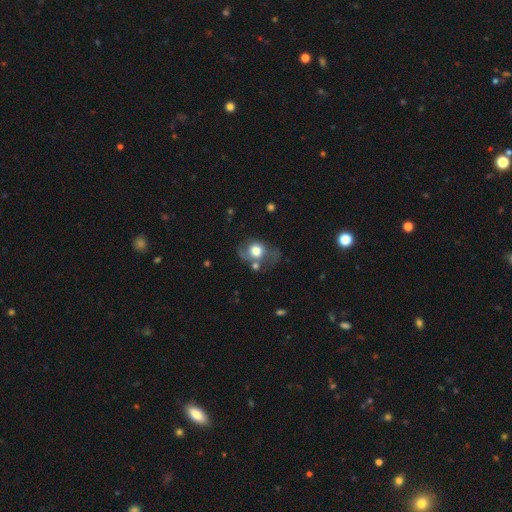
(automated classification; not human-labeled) A smooth galaxy with no disk features (64%) that is round (62%).

Vote fractions:
- Smooth or featured? smooth: 64% / featured or disk: 27% / star or artifact: 9%
- How rounded? round: 62% / in between: 37% / cigar-shaped: 1%
- Merging? none: 41% / minor disturbance: 24% / major disturbance: 23% / merger: 12%